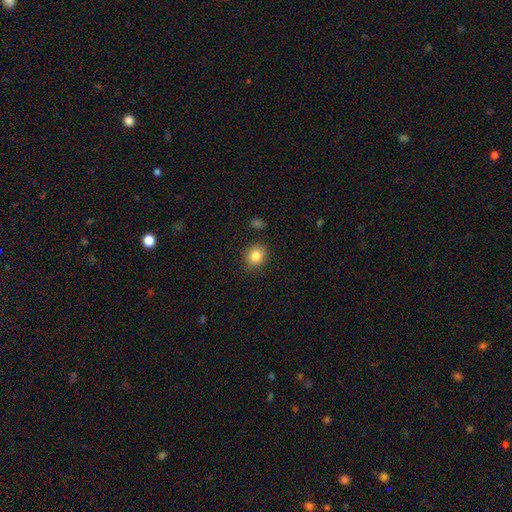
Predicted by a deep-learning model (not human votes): Smooth or featured? smooth (84%)
How rounded? round (76%)
Merging? none (87%)